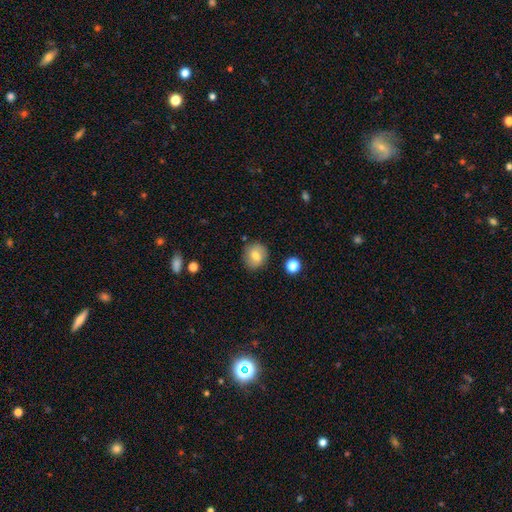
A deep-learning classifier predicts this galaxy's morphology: Smooth or featured? Predicted: smooth (p=0.73). How rounded? Predicted: round (p=0.85). Merging? Predicted: none (p=0.85).